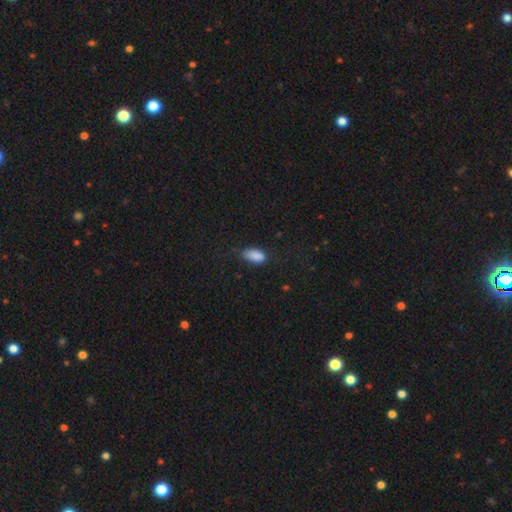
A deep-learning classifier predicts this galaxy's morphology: smooth 87%, star or artifact 8%, featured or disk 5%. Down the decision tree: how rounded — in between (91%); merging — none (62%).